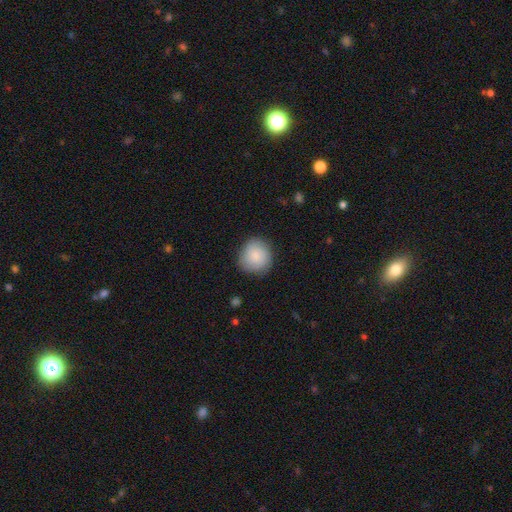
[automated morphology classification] Smooth or featured? Predicted: smooth (p=0.82). How rounded? Predicted: round (p=0.88). Merging? Predicted: none (p=0.82).